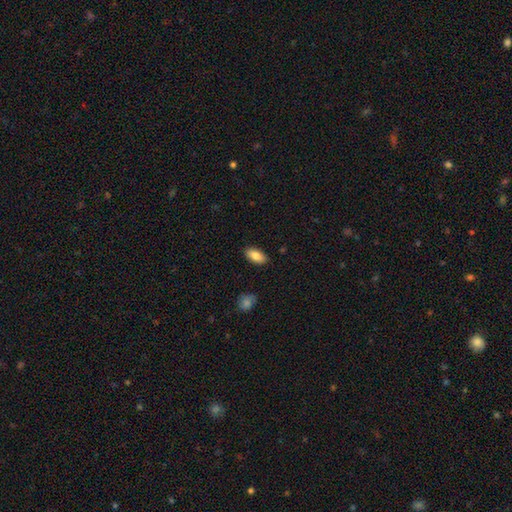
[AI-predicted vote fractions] This appears to be a smooth galaxy with no disk features (84%) that is in between round and cigar-shaped (92%). Merging: none (88%).